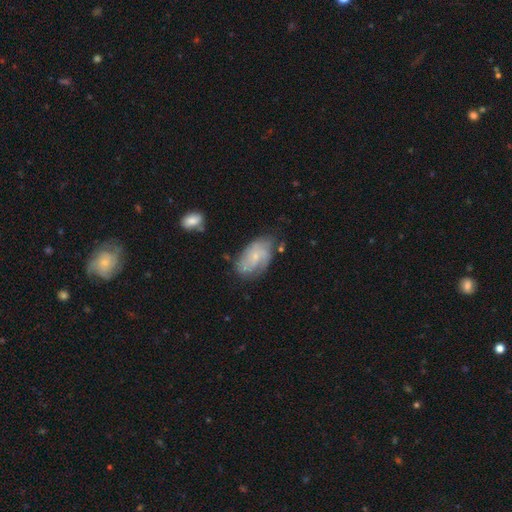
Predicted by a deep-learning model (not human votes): Smooth or featured?
  - featured or disk: 68% *
  - smooth: 26%
  - star or artifact: 7%
Edge-on disk?
  - no: 96% *
  - yes: 4%
Bar?
  - no: 70% *
  - weak: 27%
  - strong: 4%
Spiral arms?
  - yes: 88% *
  - no: 12%
Spiral winding?
  - tight: 45% *
  - medium: 38%
  - loose: 16%
Spiral arm count?
  - can't tell: 39% *
  - 2: 25%
  - 3: 19%
  - 4: 8%
  - 1: 5%
  - more than 4: 4%
Bulge size?
  - small: 76% *
  - moderate: 17%
  - none: 5%
  - large: 1%
  - dominant: 1%
Merging?
  - none: 62% *
  - minor disturbance: 25%
  - major disturbance: 9%
  - merger: 4%